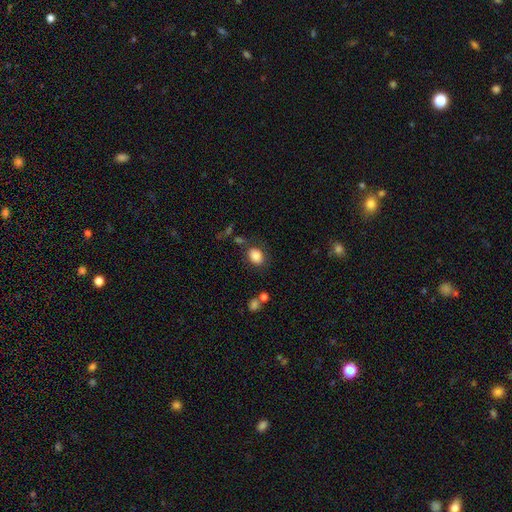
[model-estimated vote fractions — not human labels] Smooth or featured? smooth (85%)
How rounded? in between (66%)
Merging? none (73%)